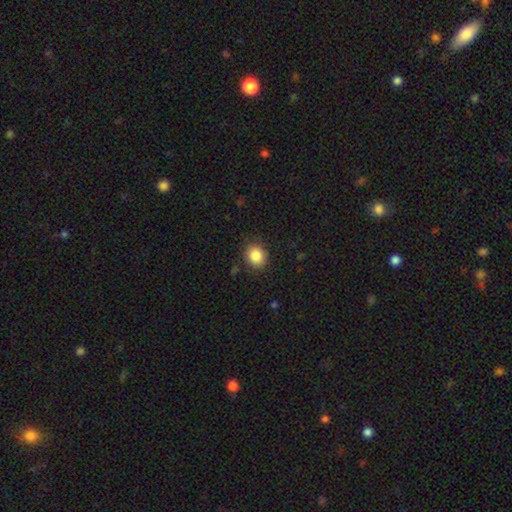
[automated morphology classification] A smooth galaxy with no disk features (85%) that is round (66%). Merging: none (87%).